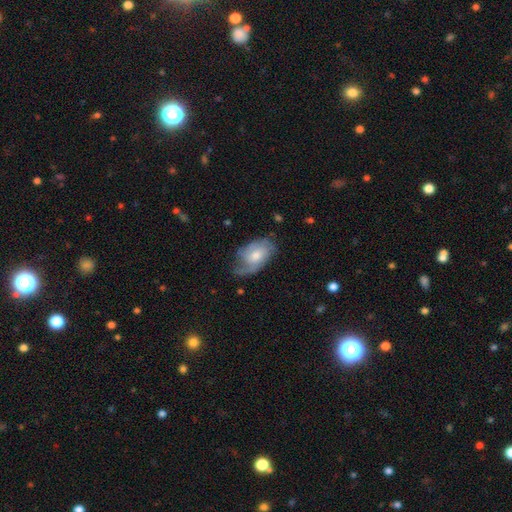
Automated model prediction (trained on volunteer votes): Q: Smooth or featured?
A: featured or disk (66%); runner-up: smooth (27%)
Q: Edge-on disk?
A: no (95%); runner-up: yes (5%)
Q: Bar?
A: no (67%); runner-up: weak (29%)
Q: Spiral arms?
A: yes (89%); runner-up: no (11%)
Q: Spiral winding?
A: medium (40%); runner-up: tight (37%)
Q: Spiral arm count?
A: 2 (36%); runner-up: can't tell (28%)
Q: Bulge size?
A: moderate (62%); runner-up: small (24%)
Q: Merging?
A: none (57%); runner-up: minor disturbance (27%)